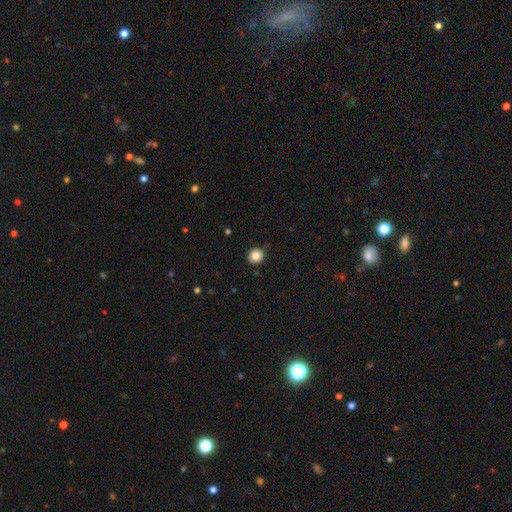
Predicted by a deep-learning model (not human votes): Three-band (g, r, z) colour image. It shows a smooth galaxy with no disk features (86%) that is round (92%). Merging: none (90%).